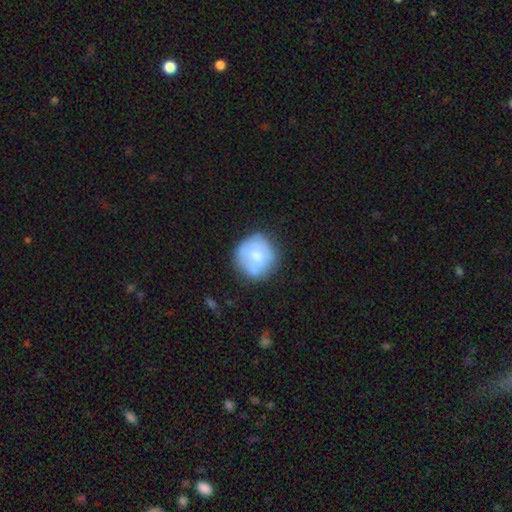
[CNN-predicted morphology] Smooth or featured: smooth — 58% (featured or disk — 35%)
How rounded: round — 90% (in between — 9%)
Merging: none — 65% (minor disturbance — 23%)